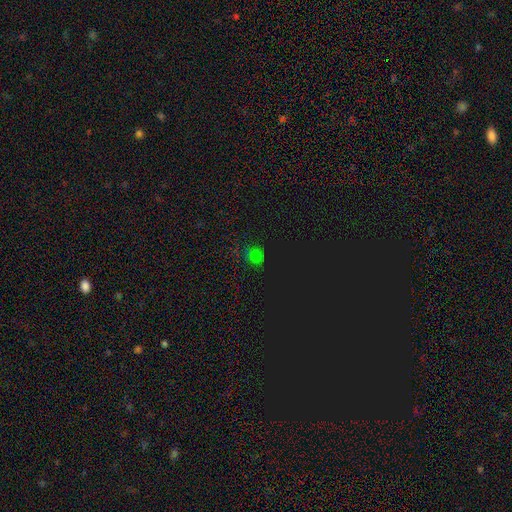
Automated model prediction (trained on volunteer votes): Smooth or featured?
  - smooth: 50% *
  - star or artifact: 43%
  - featured or disk: 6%
How rounded?
  - round: 75% *
  - in between: 24%
  - cigar-shaped: 1%
Merging?
  - none: 75% *
  - minor disturbance: 17%
  - major disturbance: 6%
  - merger: 2%